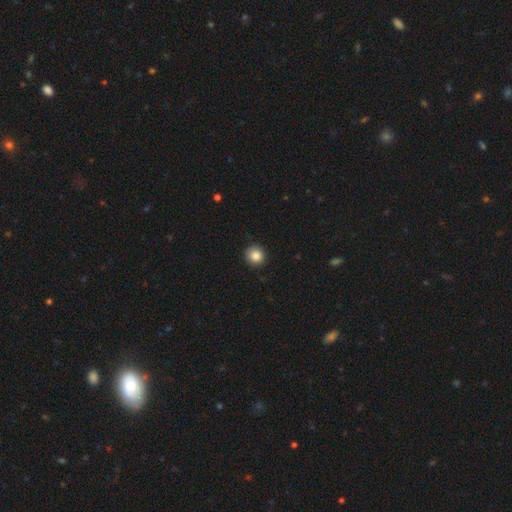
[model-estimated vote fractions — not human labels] This appears to be a smooth galaxy with no disk features (85%) that is round (93%). Merging: none (91%).